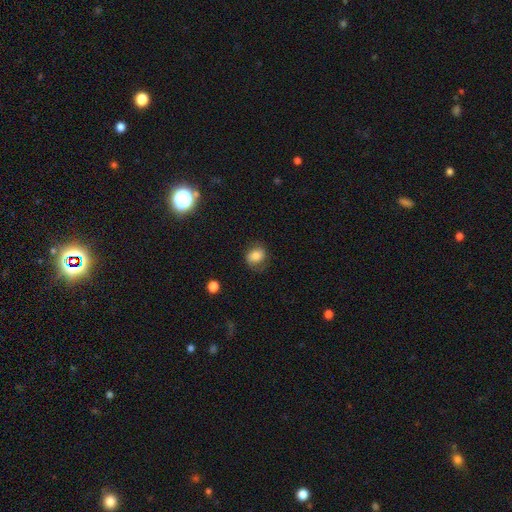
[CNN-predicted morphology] type=smooth (73%); roundness=in between (50%); merging=none (66%).